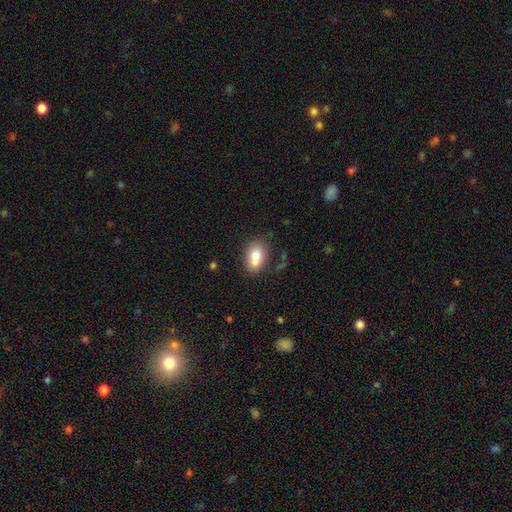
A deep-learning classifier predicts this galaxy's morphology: smooth-or-featured: smooth: 77% | featured or disk: 15% | star or artifact: 8%
  how-rounded: in between: 81% | round: 17% | cigar-shaped: 2%
  merging: none: 60% | minor disturbance: 19% | merger: 17% | major disturbance: 5%